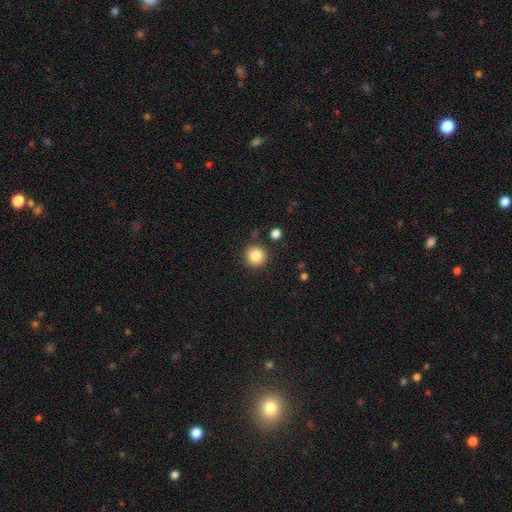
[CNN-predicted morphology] This appears to be a smooth galaxy with no disk features (85%) that is round (94%). Merging: none (88%).